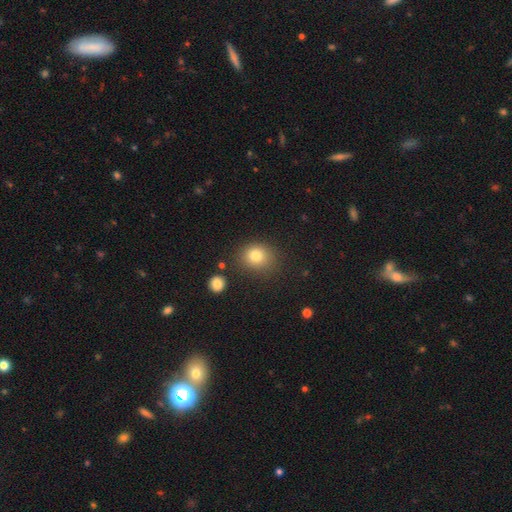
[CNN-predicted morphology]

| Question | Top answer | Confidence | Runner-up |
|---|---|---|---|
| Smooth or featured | smooth | 80% | star or artifact (12%) |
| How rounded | round | 70% | in between (29%) |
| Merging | none | 79% | minor disturbance (12%) |